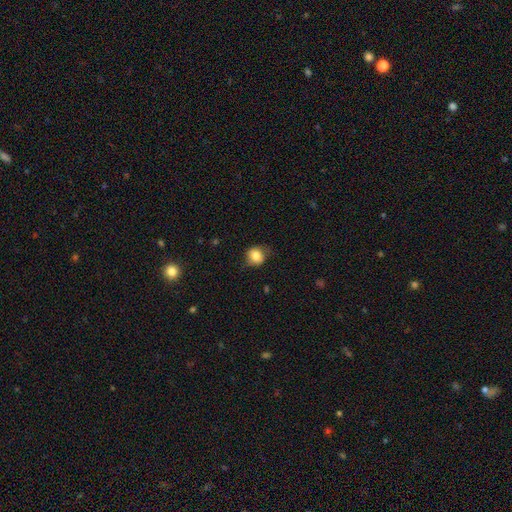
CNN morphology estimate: The model was most divided on "merging": none: 69%, minor disturbance: 23%, major disturbance: 7%, merger: 1%. More confident: smooth or featured — smooth (80%); how rounded — round (78%).